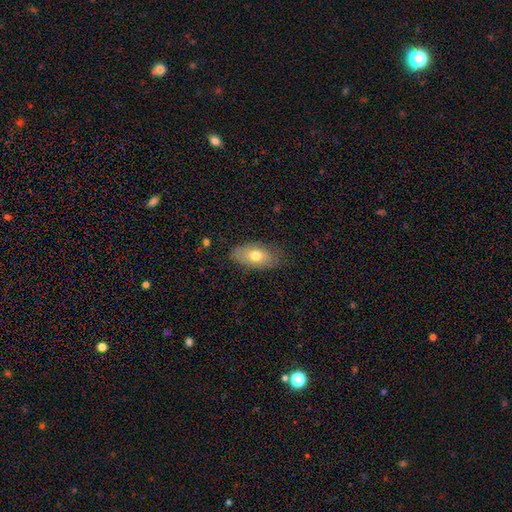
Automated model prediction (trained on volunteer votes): Smooth or featured? Predicted: smooth (p=0.70). How rounded? Predicted: in between (p=0.90). Merging? Predicted: none (p=0.77).